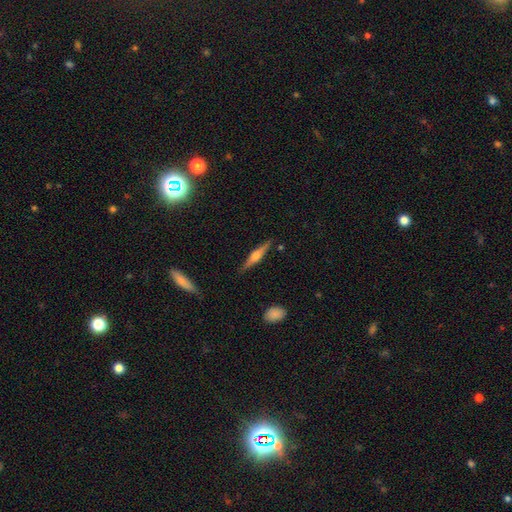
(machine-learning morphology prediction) type=featured or disk (68%); edge-on=yes (98%); edge-on bulge=rounded (86%); merging=none (88%).